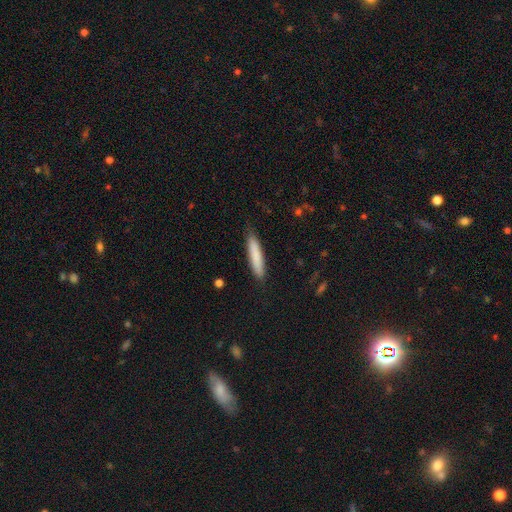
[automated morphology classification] Smooth or featured?
  - smooth: 82% *
  - featured or disk: 13%
  - star or artifact: 6%
How rounded?
  - cigar-shaped: 89% *
  - in between: 10%
  - round: 1%
Merging?
  - none: 85% *
  - minor disturbance: 11%
  - major disturbance: 2%
  - merger: 1%